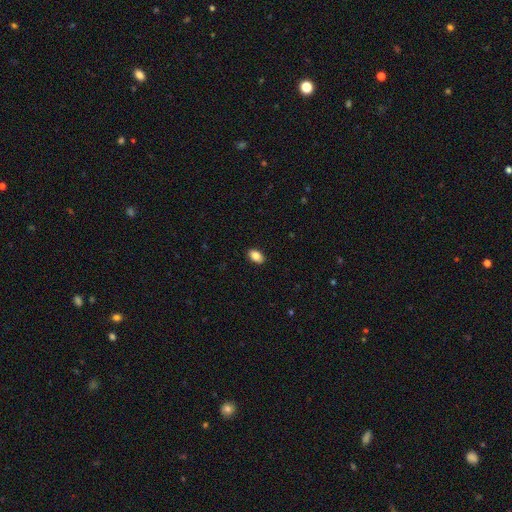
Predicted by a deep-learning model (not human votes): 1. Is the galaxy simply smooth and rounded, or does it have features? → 85% smooth, 8% star or artifact, 7% featured or disk.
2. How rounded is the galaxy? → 90% in between, 8% round, 2% cigar-shaped.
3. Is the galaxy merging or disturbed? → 89% none, 8% minor disturbance, 2% major disturbance, 1% merger.